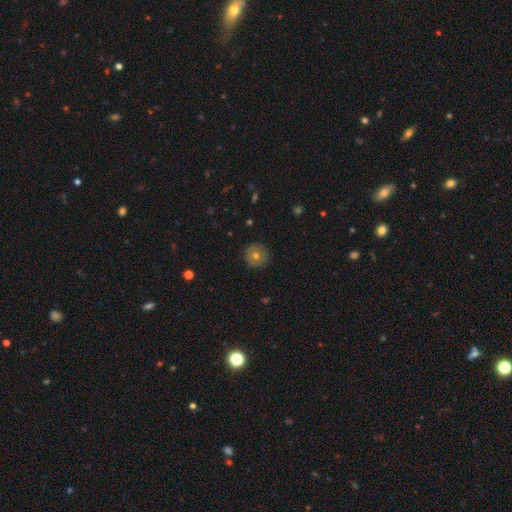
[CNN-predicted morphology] Smooth or featured? smooth (64%)
How rounded? round (96%)
Merging? none (89%)